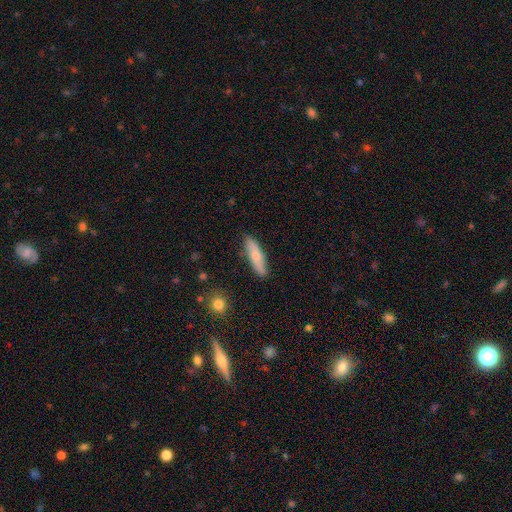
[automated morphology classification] Smooth or featured? smooth (69%)
How rounded? cigar-shaped (67%)
Merging? none (85%)